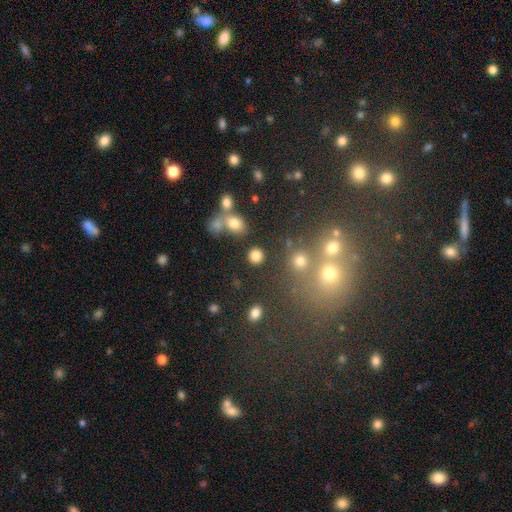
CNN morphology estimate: Smooth or featured?
  - smooth: 81% *
  - star or artifact: 13%
  - featured or disk: 6%
How rounded?
  - round: 81% *
  - in between: 18%
  - cigar-shaped: 1%
Merging?
  - none: 80% *
  - minor disturbance: 8%
  - merger: 8%
  - major disturbance: 4%